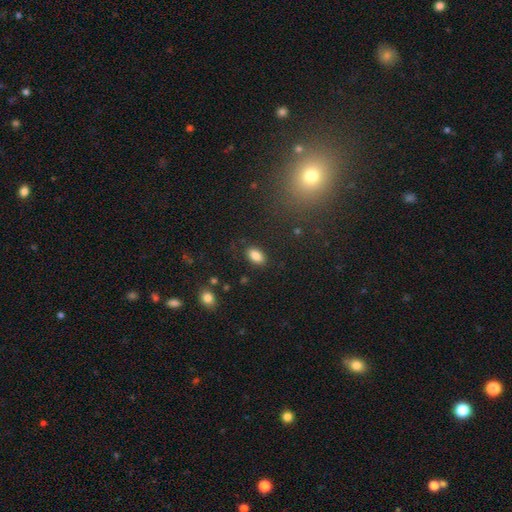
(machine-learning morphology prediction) smooth-or-featured: smooth: 85% | star or artifact: 9% | featured or disk: 7%
  how-rounded: in between: 91% | round: 6% | cigar-shaped: 3%
  merging: none: 86% | minor disturbance: 10% | major disturbance: 3% | merger: 2%